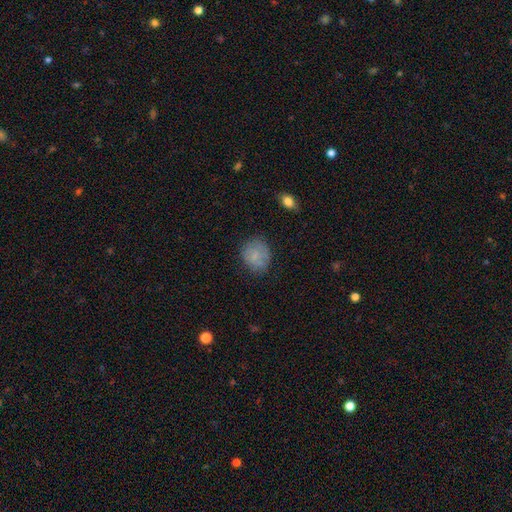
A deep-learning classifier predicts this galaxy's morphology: smooth-or-featured: smooth: 74% | featured or disk: 17% | star or artifact: 9%
  how-rounded: round: 67% | in between: 32% | cigar-shaped: 1%
  merging: none: 71% | minor disturbance: 21% | major disturbance: 6% | merger: 2%